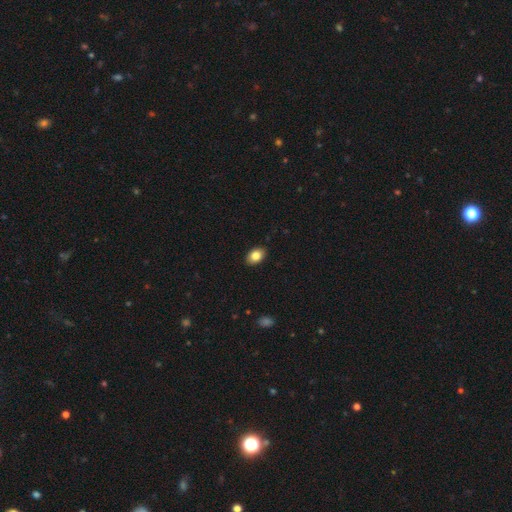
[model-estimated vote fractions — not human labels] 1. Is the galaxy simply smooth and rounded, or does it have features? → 84% smooth, 8% featured or disk, 8% star or artifact.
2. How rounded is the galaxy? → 84% in between, 15% round, 1% cigar-shaped.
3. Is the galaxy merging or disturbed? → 89% none, 8% minor disturbance, 2% major disturbance, 1% merger.